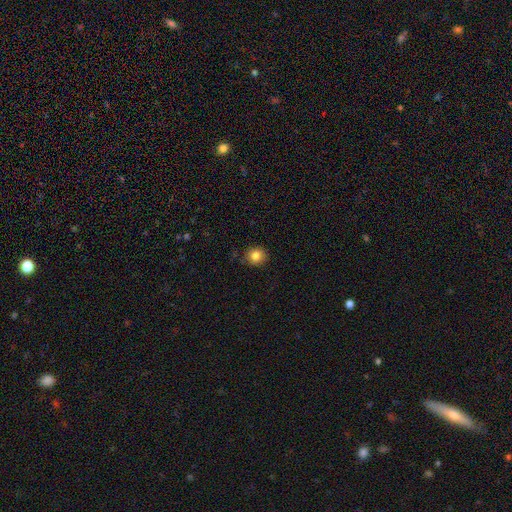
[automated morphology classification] smooth_or_featured: smooth (p=0.83) [alt: star or artifact p=0.10]
how_rounded: round (p=0.84) [alt: in between p=0.15]
merging: none (p=0.85) [alt: minor disturbance p=0.11]